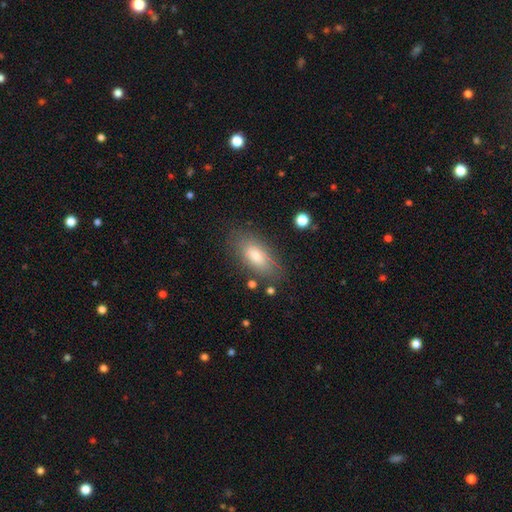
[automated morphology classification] Smooth or featured? smooth (74%)
How rounded? in between (84%)
Merging? none (81%)